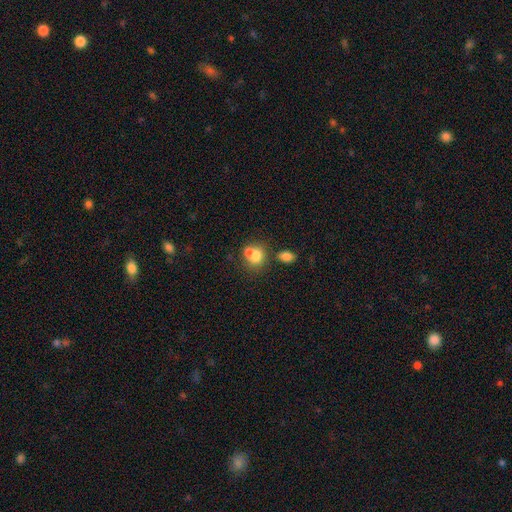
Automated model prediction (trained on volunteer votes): smooth-or-featured: smooth: 73% | featured or disk: 16% | star or artifact: 11%
  how-rounded: round: 57% | in between: 42% | cigar-shaped: 1%
  merging: merger: 55% | none: 30% | minor disturbance: 10% | major disturbance: 5%